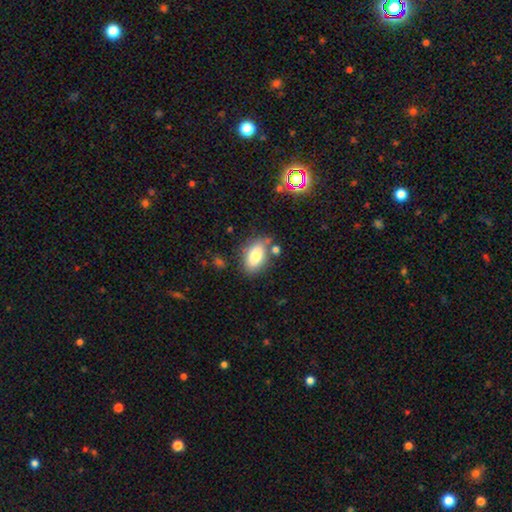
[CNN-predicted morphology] type=smooth (80%); roundness=in between (90%); merging=none (71%).